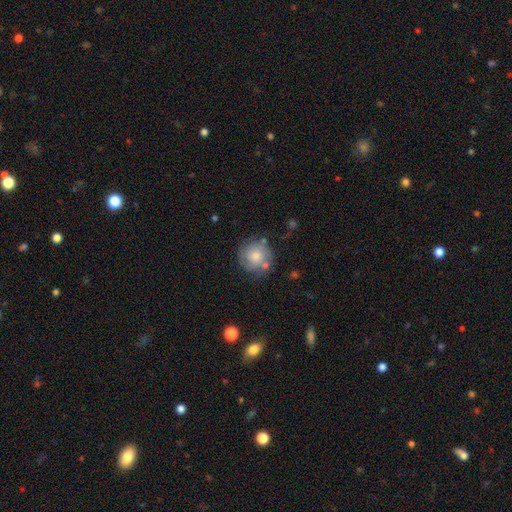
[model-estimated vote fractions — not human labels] smooth 66%, featured or disk 27%, star or artifact 7%. Down the decision tree: how rounded — round (91%); merging — none (65%).